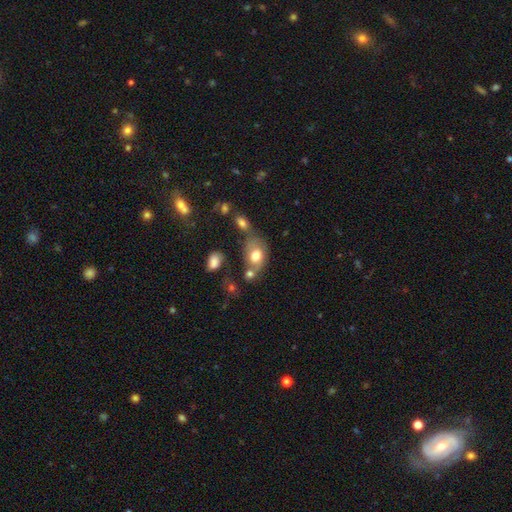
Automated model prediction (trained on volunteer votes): Q: Smooth or featured?
A: smooth (71%); runner-up: featured or disk (20%)
Q: How rounded?
A: in between (74%); runner-up: round (25%)
Q: Merging?
A: none (38%); runner-up: merger (30%)